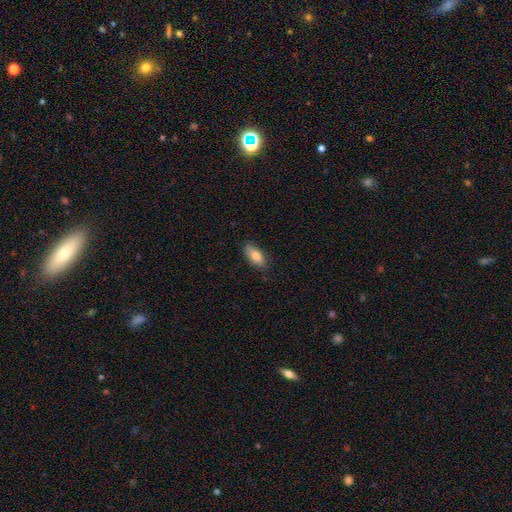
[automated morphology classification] Smooth or featured: smooth — 80% (featured or disk — 13%)
How rounded: in between — 83% (cigar-shaped — 15%)
Merging: none — 83% (minor disturbance — 13%)